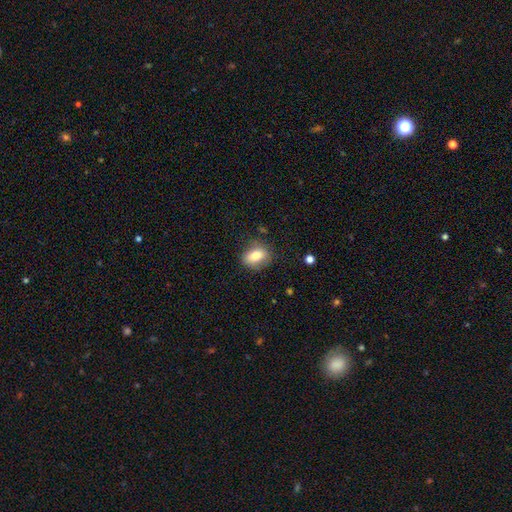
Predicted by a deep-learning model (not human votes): The model was most divided on "how rounded": in between: 70%, round: 28%, cigar-shaped: 2%. More confident: smooth or featured — smooth (79%); merging — none (78%).